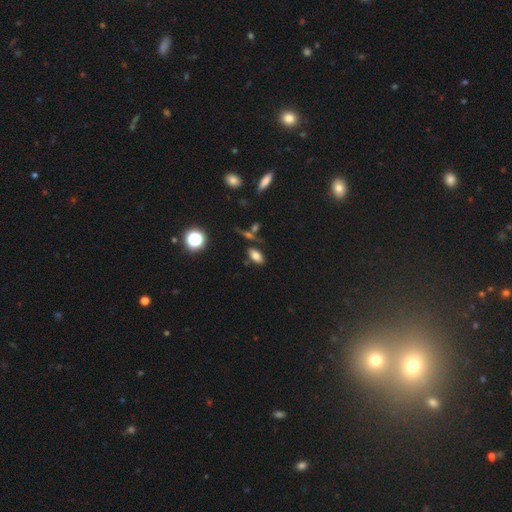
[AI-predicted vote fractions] smooth-or-featured: smooth: 74% | star or artifact: 15% | featured or disk: 11%
  how-rounded: in between: 87% | cigar-shaped: 6% | round: 6%
  merging: none: 72% | minor disturbance: 13% | merger: 10% | major disturbance: 5%